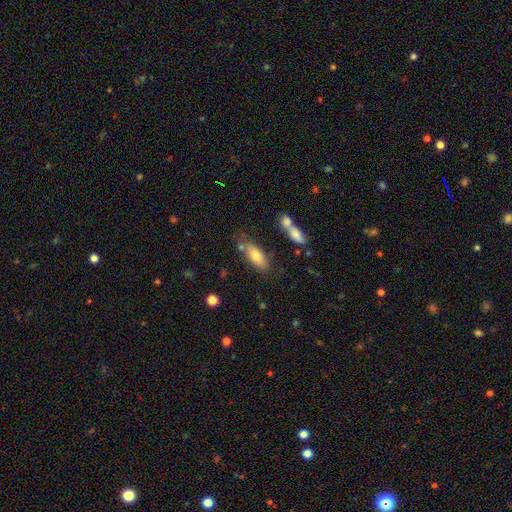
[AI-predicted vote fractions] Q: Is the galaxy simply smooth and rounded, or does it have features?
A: smooth — 73%.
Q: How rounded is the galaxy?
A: in between — 75%.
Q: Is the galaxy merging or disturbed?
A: none — 59%.